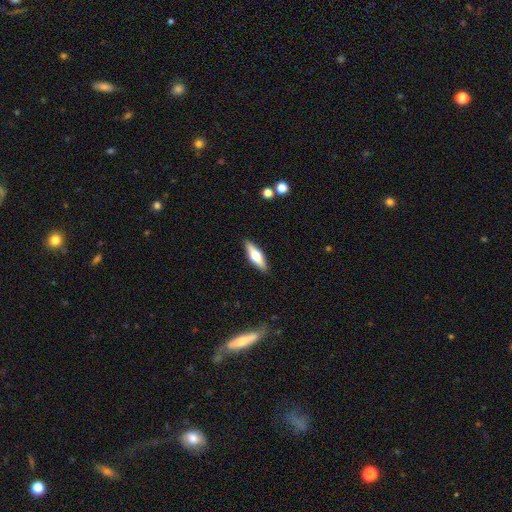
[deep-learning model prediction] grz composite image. It shows a featured or disk galaxy (48%). Merging: none (89%).